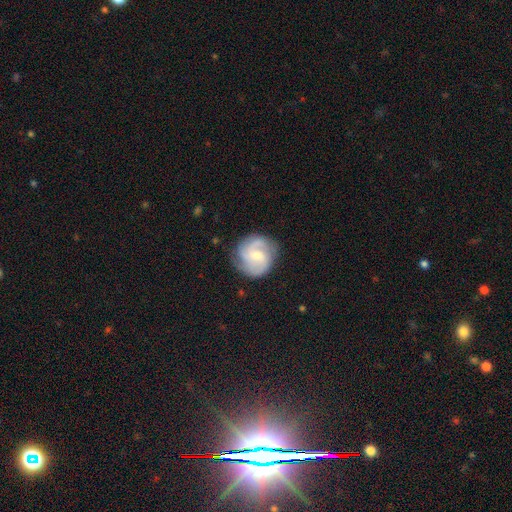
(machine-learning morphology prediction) A featured or disk galaxy (78%) with a weak bar (50%), 2 (45%) medium (48%) spiral arms (96%) and a small central bulge (48%). Merging: none (77%).